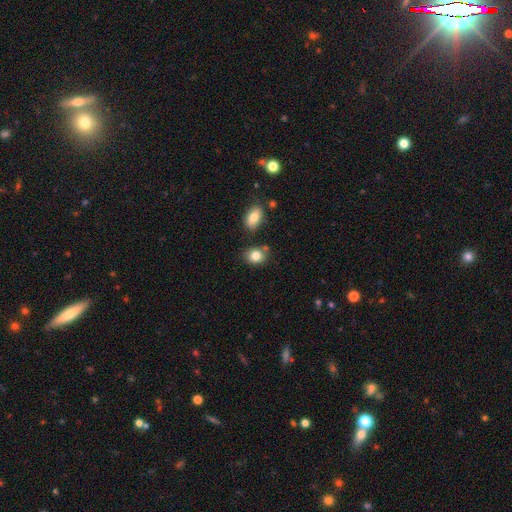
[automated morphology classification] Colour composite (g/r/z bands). It shows a smooth galaxy with no disk features (83%) that is round (51%). Merging: none (70%).